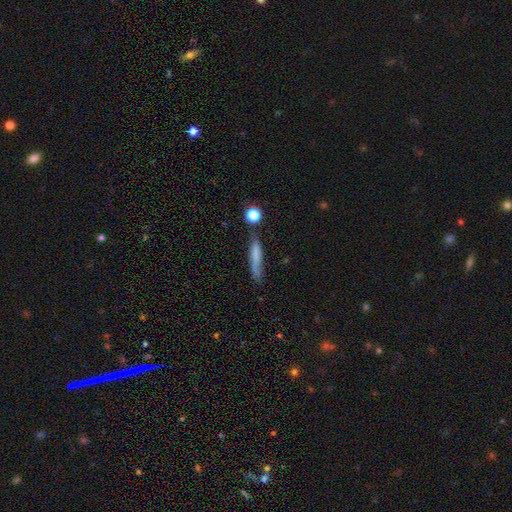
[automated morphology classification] A smooth galaxy with no disk features (70%) that is cigar-shaped (88%). Merging: none (66%).